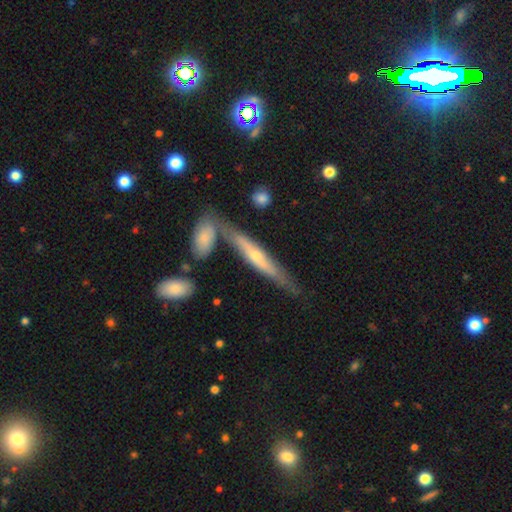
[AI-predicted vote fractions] This is likely a featured or disk galaxy (60%). It is clearly viewed edge-on (89%). Edge-on bulge: likely rounded (71%). Merging: likely none (66%).